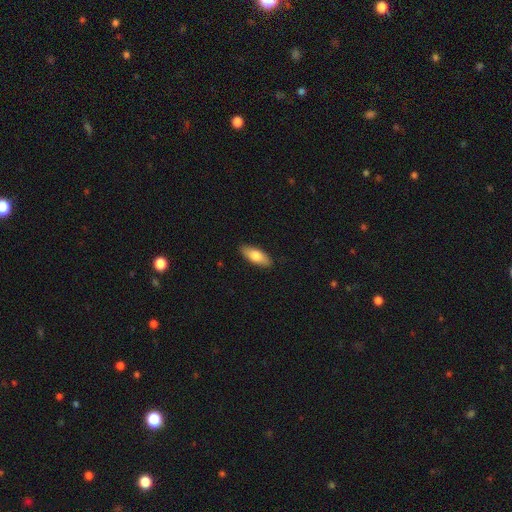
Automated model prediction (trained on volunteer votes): A smooth galaxy with no disk features (76%) that is in between round and cigar-shaped (75%).

Vote fractions:
- Smooth or featured? smooth: 76% / featured or disk: 18% / star or artifact: 6%
- How rounded? in between: 75% / cigar-shaped: 23% / round: 2%
- Merging? none: 89% / minor disturbance: 8% / major disturbance: 2% / merger: 1%